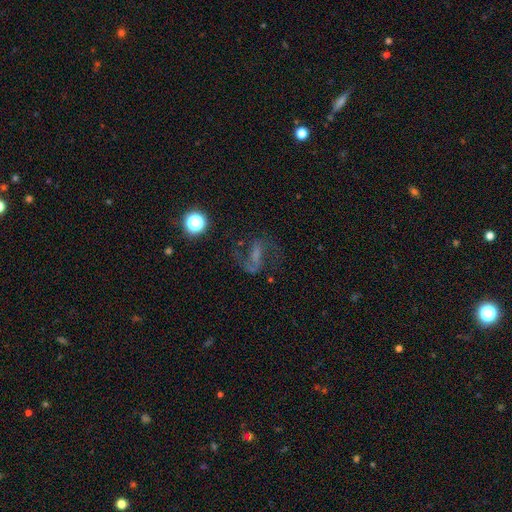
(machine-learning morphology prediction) type=featured or disk (69%); edge-on=no (96%); bar=weak (40%); spiral arms=yes (89%); winding=medium (46%); arm count=2 (88%); bulge=none (36%); merging=none (65%).